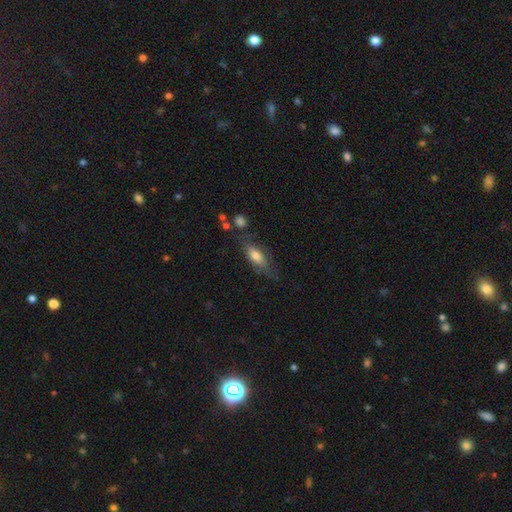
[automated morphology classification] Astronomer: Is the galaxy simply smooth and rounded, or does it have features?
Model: smooth — 65%.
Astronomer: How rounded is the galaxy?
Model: in between — 66%.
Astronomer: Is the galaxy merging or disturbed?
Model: none — 60%.